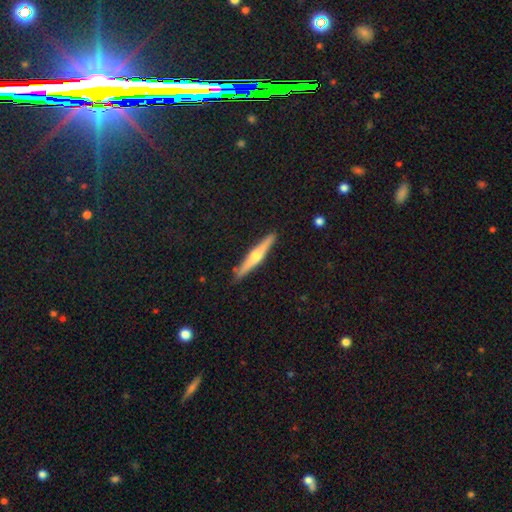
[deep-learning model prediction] The model was most divided on "smooth or featured": featured or disk: 66%, smooth: 29%, star or artifact: 5%. More confident: edge-on disk — yes (98%); edge-on bulge — rounded (91%); merging — none (91%).